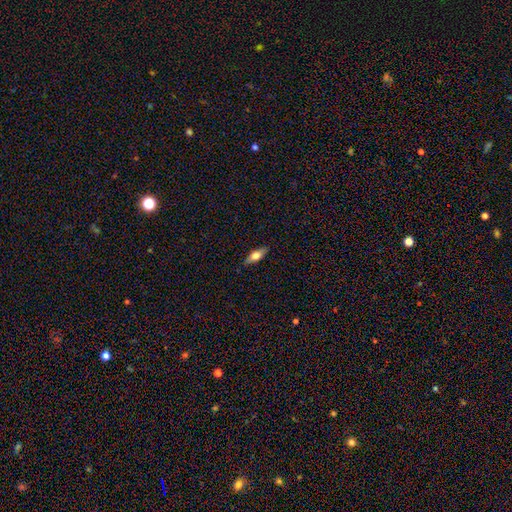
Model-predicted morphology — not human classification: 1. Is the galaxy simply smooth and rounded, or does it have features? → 57% smooth, 36% featured or disk, 7% star or artifact.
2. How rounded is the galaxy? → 60% in between, 37% cigar-shaped, 3% round.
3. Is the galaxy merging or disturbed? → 86% none, 11% minor disturbance, 2% major disturbance, 1% merger.